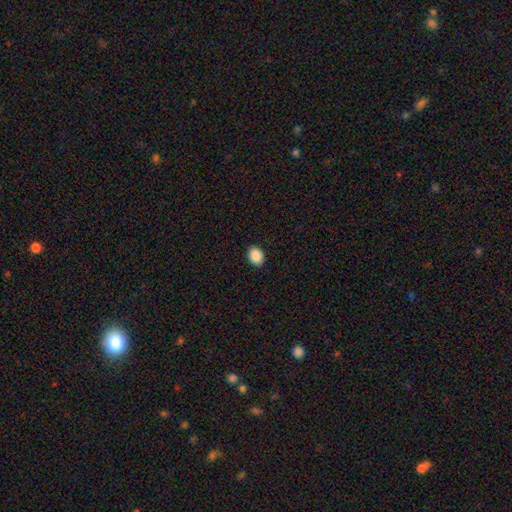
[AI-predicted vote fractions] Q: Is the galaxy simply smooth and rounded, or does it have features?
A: smooth — 90%.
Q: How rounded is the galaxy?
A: in between — 62%.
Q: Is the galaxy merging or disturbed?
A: none — 90%.